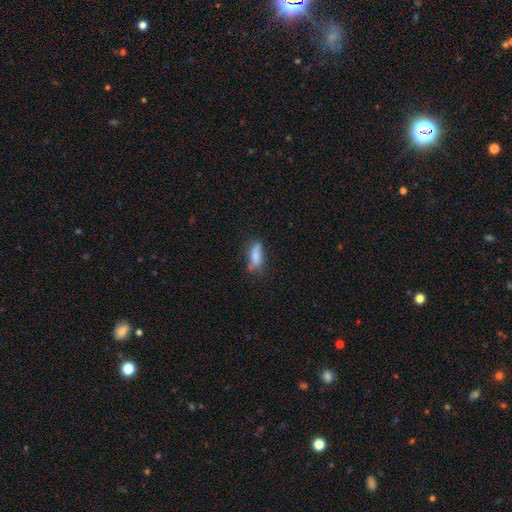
Smooth or featured? smooth (80%)
How rounded? in between (66%)
Merging? minor disturbance (41%)